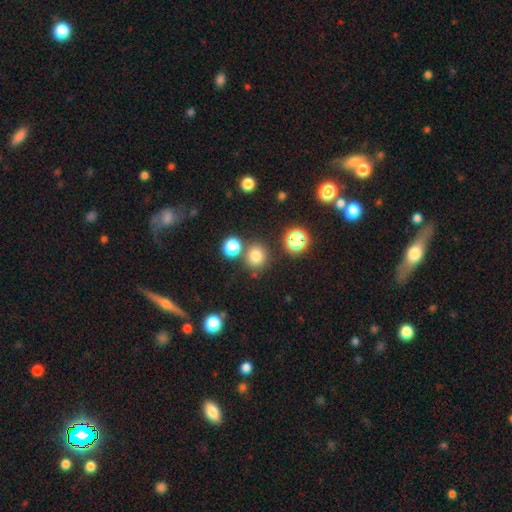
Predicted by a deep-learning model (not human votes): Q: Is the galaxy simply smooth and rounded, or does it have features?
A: smooth — 76%.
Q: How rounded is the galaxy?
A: round — 86%.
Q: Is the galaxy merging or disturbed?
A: none — 77%.